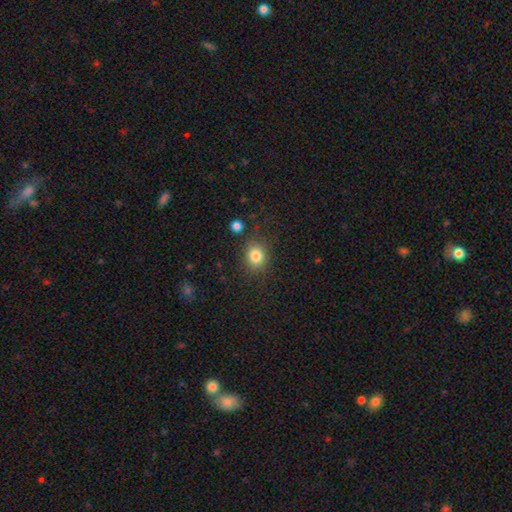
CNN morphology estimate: Smooth or featured? smooth (83%)
How rounded? round (63%)
Merging? none (81%)